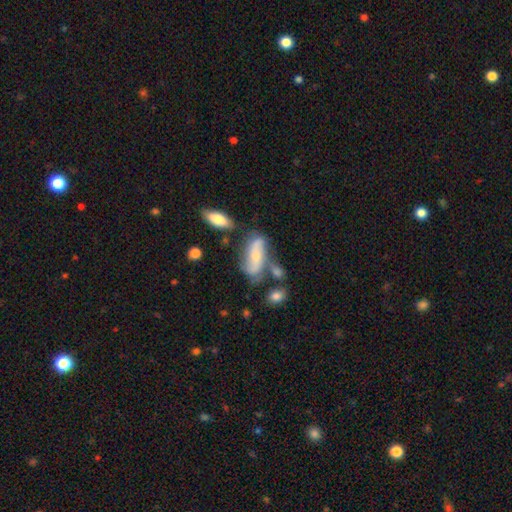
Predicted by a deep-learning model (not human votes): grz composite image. It shows a featured or disk galaxy (55%). Merging: none (47%).